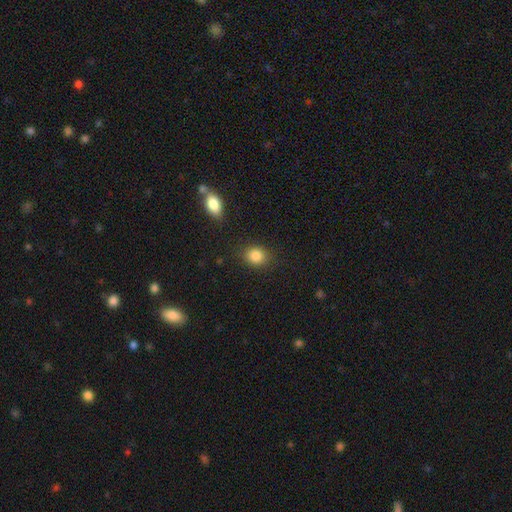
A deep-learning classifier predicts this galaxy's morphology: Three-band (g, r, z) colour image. It shows a smooth galaxy with no disk features (85%) that is round (60%). Merging: none (85%).